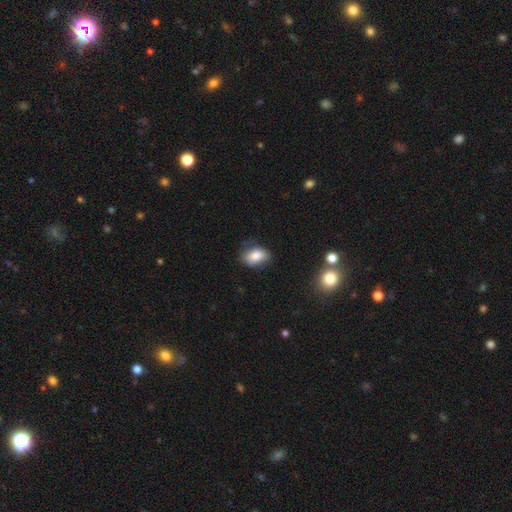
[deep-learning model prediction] Q: Smooth or featured?
A: smooth (79%); runner-up: featured or disk (13%)
Q: How rounded?
A: in between (83%); runner-up: round (15%)
Q: Merging?
A: none (63%); runner-up: minor disturbance (27%)